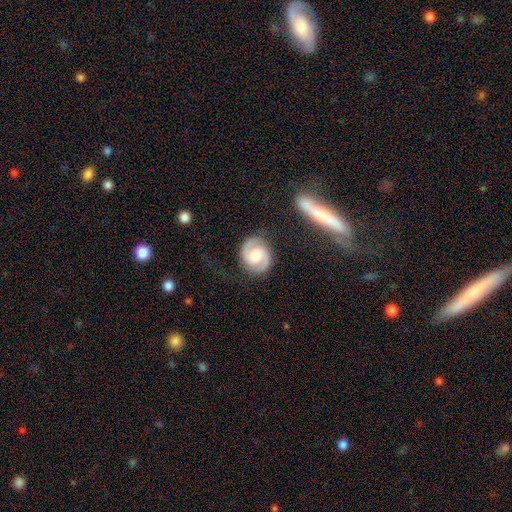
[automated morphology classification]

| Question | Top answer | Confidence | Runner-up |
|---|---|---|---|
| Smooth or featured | featured or disk | 84% | smooth (11%) |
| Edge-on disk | no | 98% | yes (2%) |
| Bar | no | 48% | weak (41%) |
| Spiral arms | yes | 97% | no (3%) |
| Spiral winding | medium | 48% | tight (41%) |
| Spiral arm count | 2 | 93% | can't tell (3%) |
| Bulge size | moderate | 59% | large (17%) |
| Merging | none | 82% | minor disturbance (12%) |